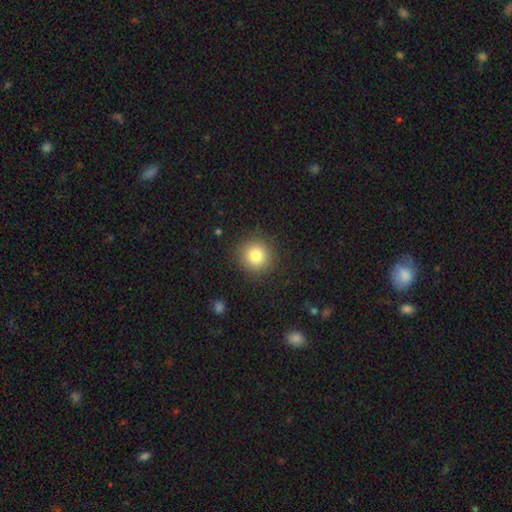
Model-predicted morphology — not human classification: Smooth or featured: smooth — 82% (star or artifact — 11%)
How rounded: round — 94% (in between — 5%)
Merging: none — 90% (minor disturbance — 7%)